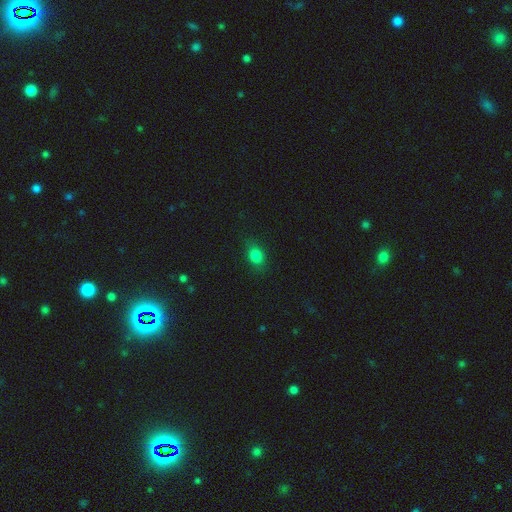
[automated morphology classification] The model was most divided on "how rounded": in between: 64%, round: 34%, cigar-shaped: 2%. More confident: smooth or featured — smooth (82%); merging — none (80%).